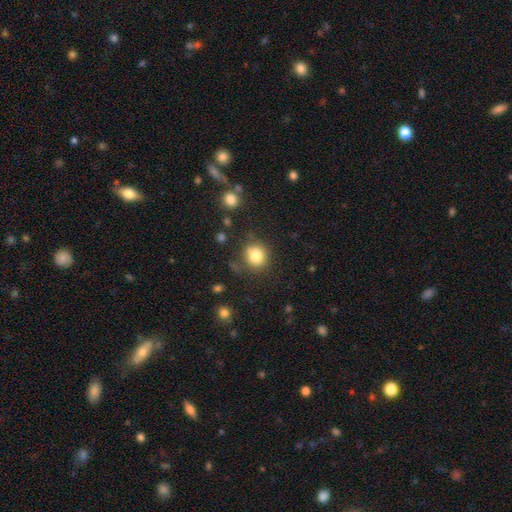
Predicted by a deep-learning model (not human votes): Overall: smooth (82%). How rounded: round (84%). Merging: none (76%).